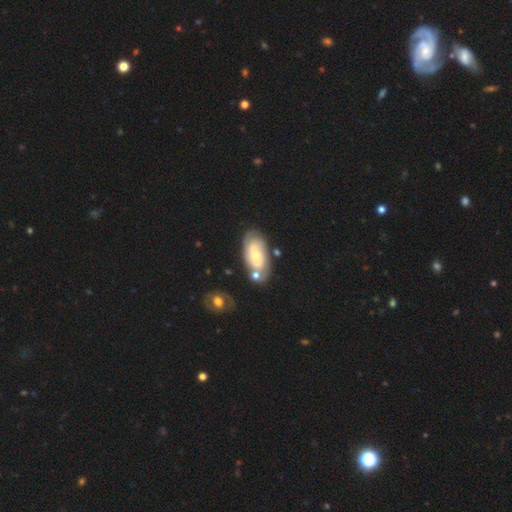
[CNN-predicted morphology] Smooth or featured?
  - featured or disk: 67% *
  - smooth: 28%
  - star or artifact: 5%
Edge-on disk?
  - no: 93% *
  - yes: 7%
Bar?
  - no: 70% *
  - weak: 25%
  - strong: 5%
Spiral arms?
  - yes: 82% *
  - no: 18%
Spiral winding?
  - tight: 64% *
  - medium: 28%
  - loose: 9%
Spiral arm count?
  - 2: 41% * (tied)
  - can't tell: 41% * (tied)
  - 3: 9%
  - 1: 4%
  - 4: 3%
  - more than 4: 2%
Bulge size?
  - small: 48% *
  - moderate: 46%
  - large: 3%
  - none: 1%
  - dominant: 1%
Merging?
  - none: 58% *
  - merger: 19%
  - minor disturbance: 17%
  - major disturbance: 5%